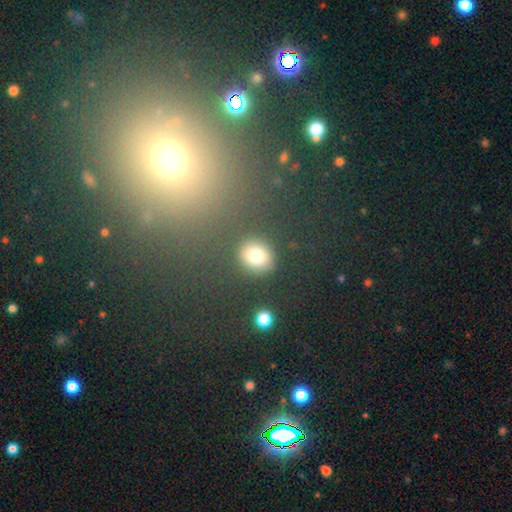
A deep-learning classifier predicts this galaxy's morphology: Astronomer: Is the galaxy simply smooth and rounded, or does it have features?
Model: smooth — 79%.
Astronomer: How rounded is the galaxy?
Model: round — 69%.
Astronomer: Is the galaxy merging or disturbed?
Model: none — 84%.